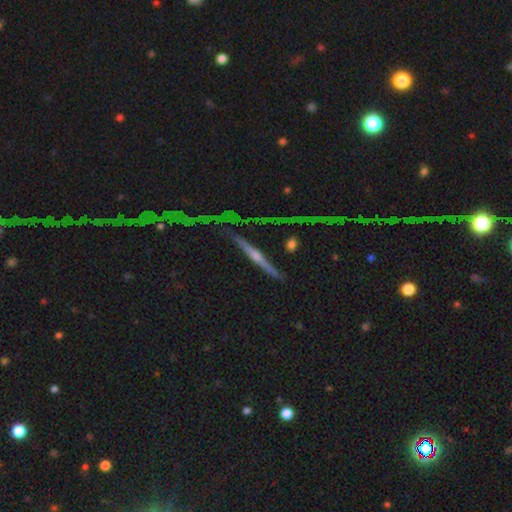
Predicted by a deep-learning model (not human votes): A featured or disk galaxy (77%) viewed edge-on (94%) with a rounded central bulge (87%). Merging: none (75%).